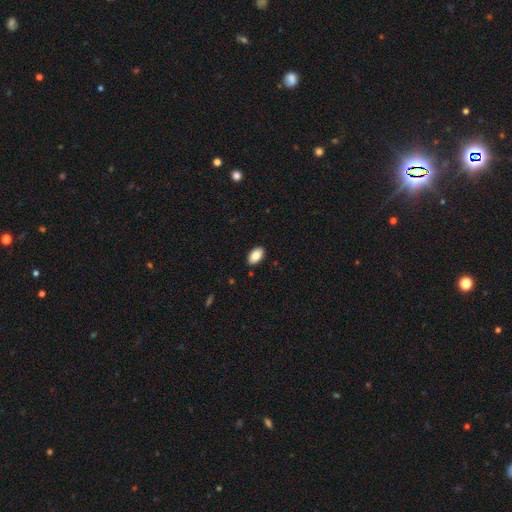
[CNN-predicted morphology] This is clearly a smooth galaxy (87%). How rounded: clearly in between (94%). Merging: clearly none (88%).